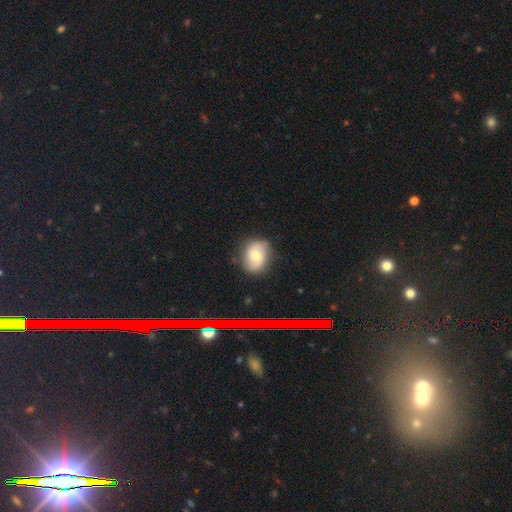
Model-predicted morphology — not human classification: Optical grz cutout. It shows a featured or disk galaxy (45%). Merging: none (76%).